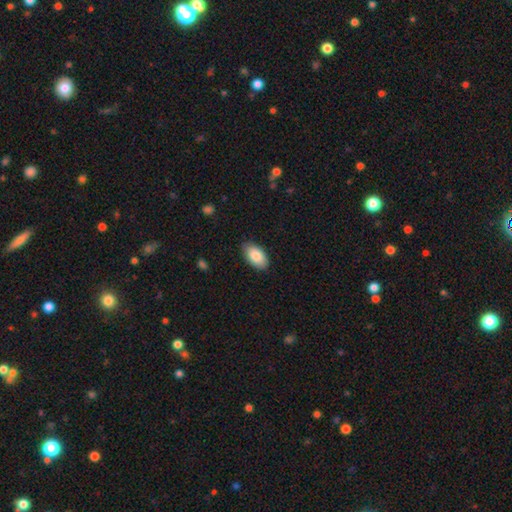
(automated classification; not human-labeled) Smooth or featured?
  - smooth: 86% *
  - featured or disk: 8%
  - star or artifact: 6%
How rounded?
  - in between: 95% *
  - round: 3%
  - cigar-shaped: 2%
Merging?
  - none: 85% *
  - minor disturbance: 12%
  - major disturbance: 2%
  - merger: 1%